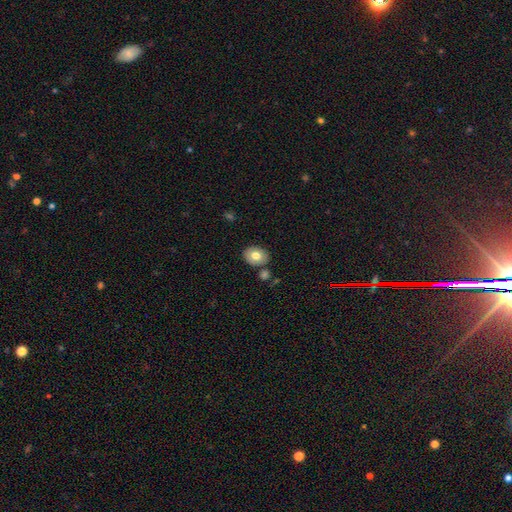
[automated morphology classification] A smooth galaxy with no disk features (74%) that is in between round and cigar-shaped (62%). Merging: none (79%).